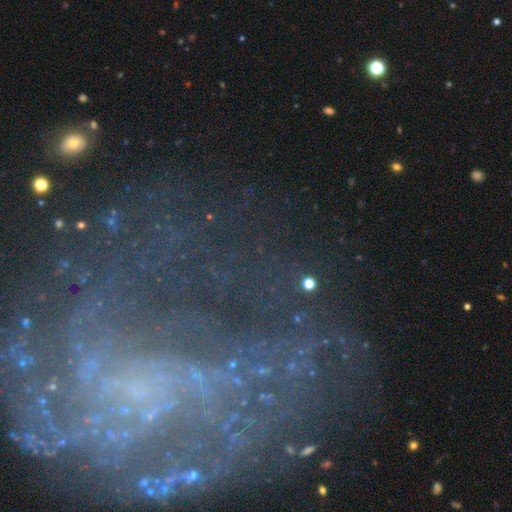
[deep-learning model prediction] A featured or disk galaxy (69%) with no bar (60%), tight (46%) spiral arms (77%) and no central bulge (43%).

Vote fractions:
- Smooth or featured? featured or disk: 69% / star or artifact: 20% / smooth: 11%
- Edge-on disk? no: 96% / yes: 4%
- Bar? no: 60% / weak: 27% / strong: 13%
- Spiral arms? yes: 77% / no: 23%
- Spiral winding? tight: 46% / medium: 33% / loose: 21%
- Spiral arm count? can't tell: 36% / 2: 20% / 3: 14% / 1: 10% / 4: 10% / more than 4: 10%
- Bulge size? none: 43% / small: 39% / moderate: 12% / large: 3% / dominant: 2%
- Merging? none: 60% / major disturbance: 20% / minor disturbance: 16% / merger: 4%